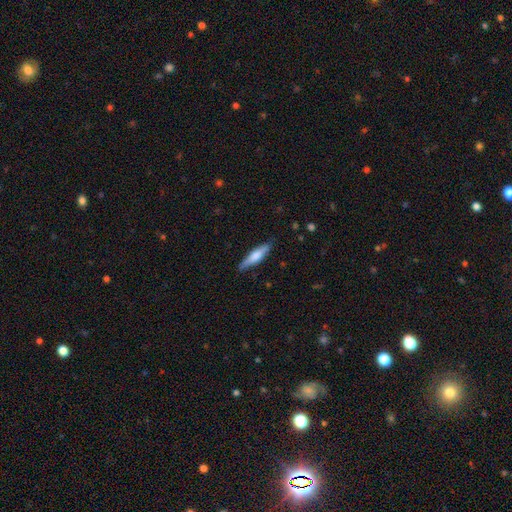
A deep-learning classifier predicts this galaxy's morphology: type=smooth (56%); roundness=cigar-shaped (76%); merging=none (83%).